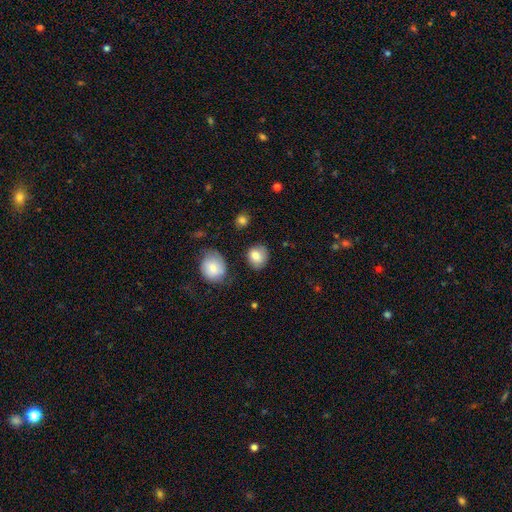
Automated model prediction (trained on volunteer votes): A smooth galaxy with no disk features (80%) that is round (66%). Merging: none (73%).